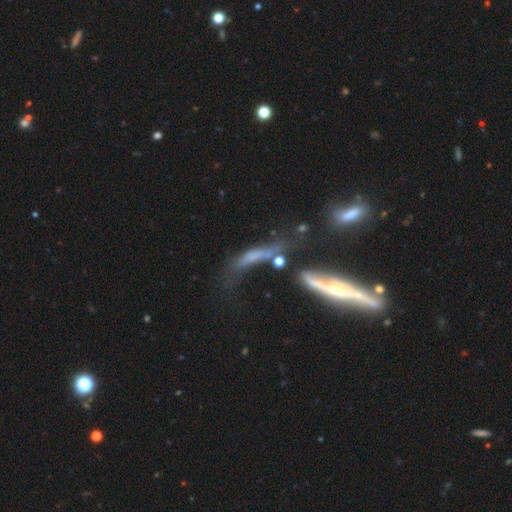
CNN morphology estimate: smooth-or-featured: featured or disk: 51% | smooth: 35% | star or artifact: 14%
  disk-edge-on: yes: 58% | no: 42%
  merging: merger: 27% (tied) | none: 27% (tied) | major disturbance: 26% | minor disturbance: 19%